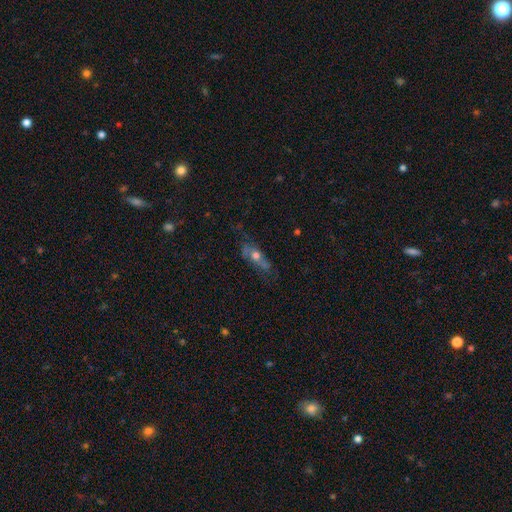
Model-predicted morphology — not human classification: Smooth or featured: featured or disk — 50% (smooth — 40%)
Merging: none — 59% (minor disturbance — 24%)